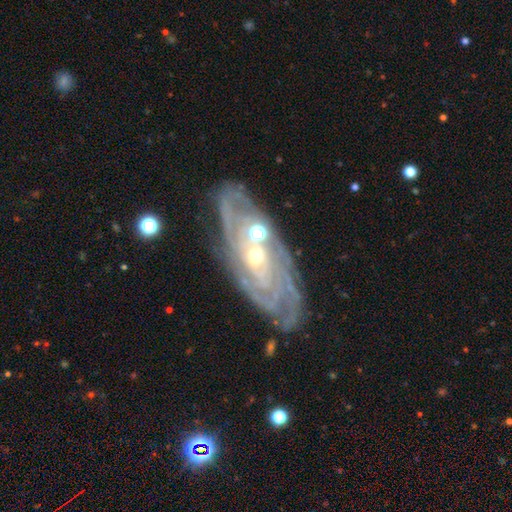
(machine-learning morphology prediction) type=featured or disk (88%); edge-on=no (90%); bar=no (58%); spiral arms=yes (96%); winding=tight (77%); arm count=can't tell (28%); bulge=moderate (48%); merging=none (76%).